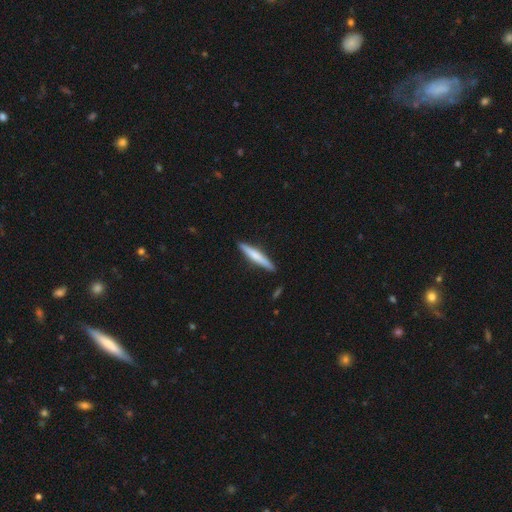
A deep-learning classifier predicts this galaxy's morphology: Q: Smooth or featured?
A: smooth (60%); runner-up: featured or disk (35%)
Q: How rounded?
A: cigar-shaped (94%); runner-up: in between (5%)
Q: Merging?
A: none (89%); runner-up: minor disturbance (8%)